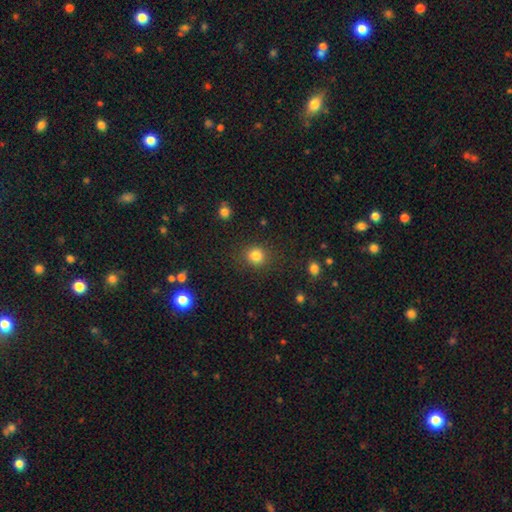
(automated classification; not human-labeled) A smooth galaxy with no disk features (83%) that is round (87%).

Vote fractions:
- Smooth or featured? smooth: 83% / star or artifact: 12% / featured or disk: 5%
- How rounded? round: 87% / in between: 12% / cigar-shaped: 1%
- Merging? none: 87% / minor disturbance: 8% / major disturbance: 3% / merger: 2%